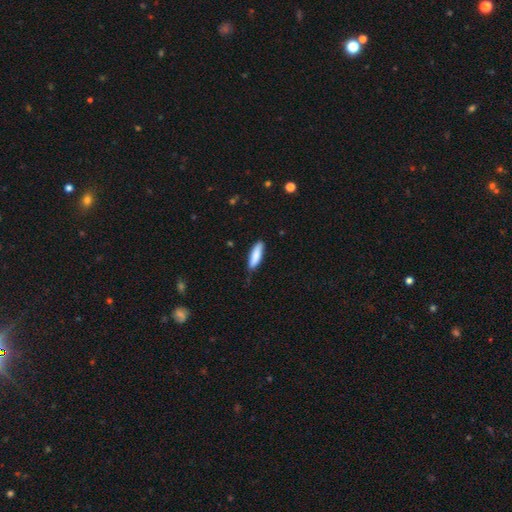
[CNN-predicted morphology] Smooth or featured?
  - smooth: 84% *
  - featured or disk: 10%
  - star or artifact: 5%
How rounded?
  - cigar-shaped: 61% *
  - in between: 37%
  - round: 2%
Merging?
  - none: 80% *
  - minor disturbance: 17%
  - major disturbance: 2%
  - merger: 1%